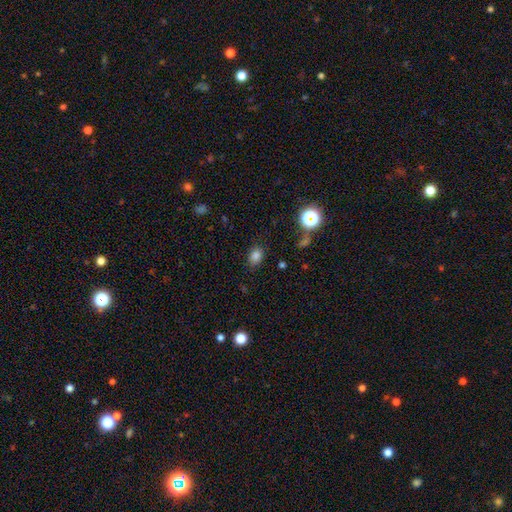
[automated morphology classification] smooth_or_featured: smooth (p=0.79) [alt: star or artifact p=0.15]
how_rounded: in between (p=0.68) [alt: round p=0.31]
merging: none (p=0.81) [alt: minor disturbance p=0.13]